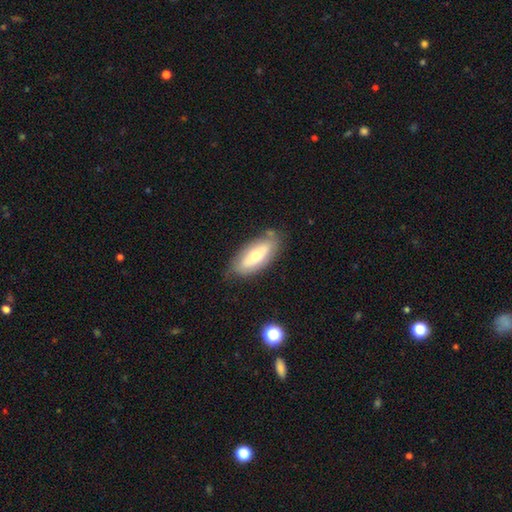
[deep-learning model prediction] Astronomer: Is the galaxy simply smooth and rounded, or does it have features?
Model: smooth — 48% (runner-up: featured or disk, 44%).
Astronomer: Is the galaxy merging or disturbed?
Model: none — 76%.